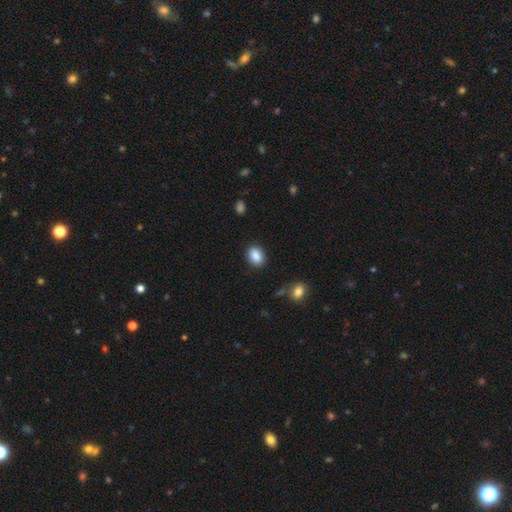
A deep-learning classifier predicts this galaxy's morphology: A smooth galaxy with no disk features (88%) that is in between round and cigar-shaped (73%).

Vote fractions:
- Smooth or featured? smooth: 88% / star or artifact: 8% / featured or disk: 4%
- How rounded? in between: 73% / round: 26% / cigar-shaped: 1%
- Merging? none: 88% / minor disturbance: 8% / major disturbance: 2% / merger: 2%